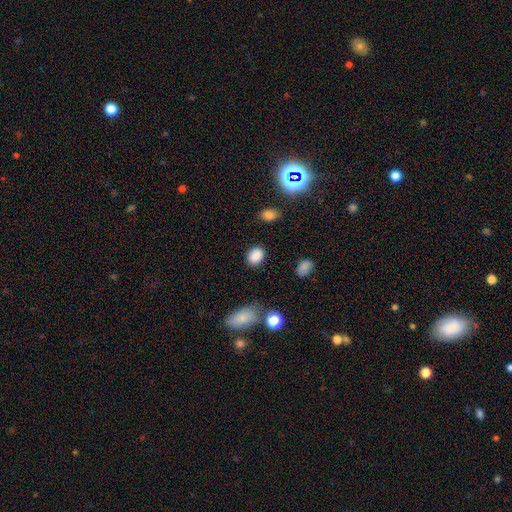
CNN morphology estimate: The model was most divided on "how rounded": in between: 55%, round: 44%, cigar-shaped: 1%. More confident: smooth or featured — smooth (87%); merging — none (85%).